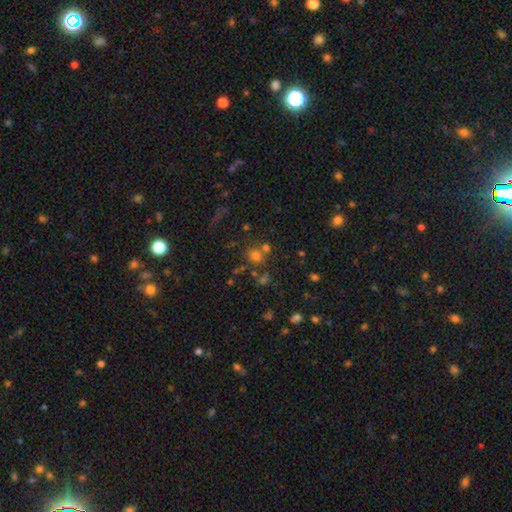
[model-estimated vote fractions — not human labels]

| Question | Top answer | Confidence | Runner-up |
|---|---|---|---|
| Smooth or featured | smooth | 62% | star or artifact (28%) |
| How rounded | round | 82% | in between (17%) |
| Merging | none | 62% | merger (24%) |